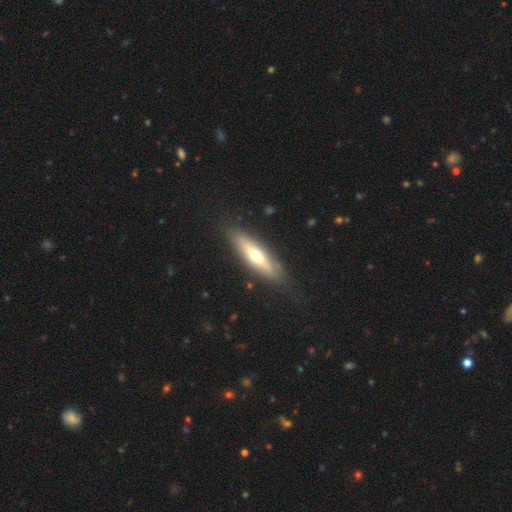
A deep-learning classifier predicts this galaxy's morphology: Q: Smooth or featured?
A: smooth (49%); runner-up: featured or disk (46%)
Q: Merging?
A: none (84%); runner-up: minor disturbance (12%)